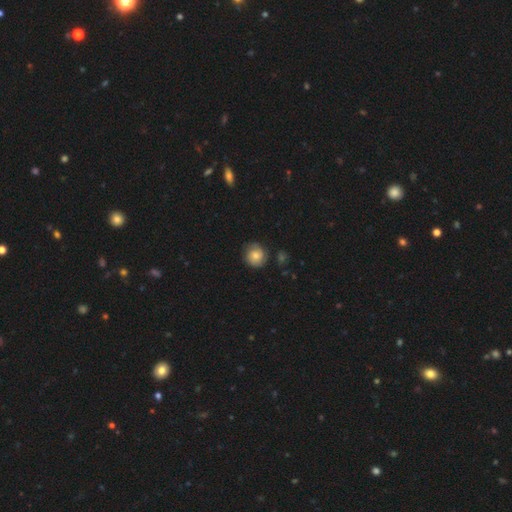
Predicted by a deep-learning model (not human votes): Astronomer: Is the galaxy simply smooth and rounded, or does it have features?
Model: smooth — 61%.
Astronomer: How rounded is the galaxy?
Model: round — 87%.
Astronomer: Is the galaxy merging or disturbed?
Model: none — 76%.